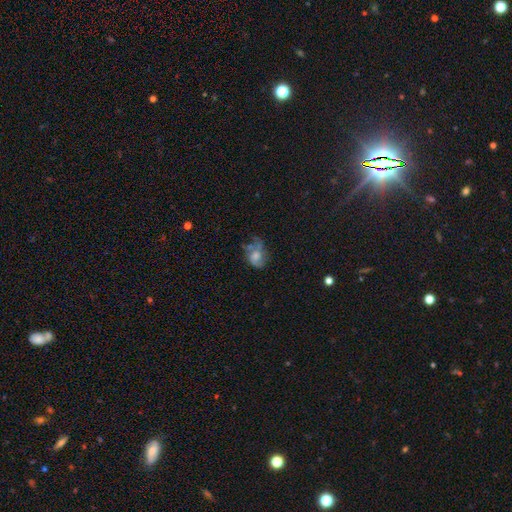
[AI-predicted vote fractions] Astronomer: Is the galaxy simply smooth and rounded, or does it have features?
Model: featured or disk — 45%, tied with smooth at 45%.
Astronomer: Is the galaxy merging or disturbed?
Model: major disturbance — 33% (runner-up: none, 31%).